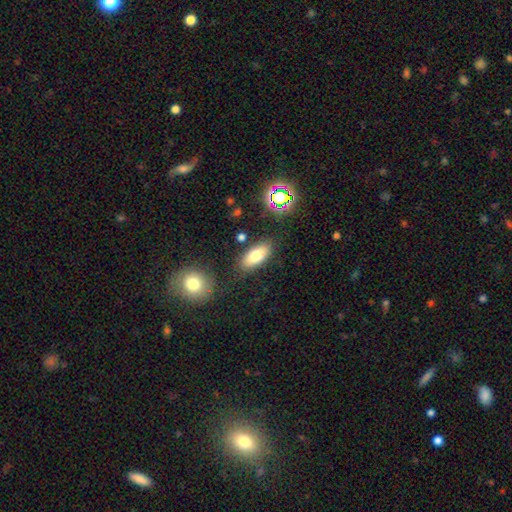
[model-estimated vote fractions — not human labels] This is likely a smooth galaxy (78%). How rounded: clearly in between (82%). Merging: clearly none (82%).